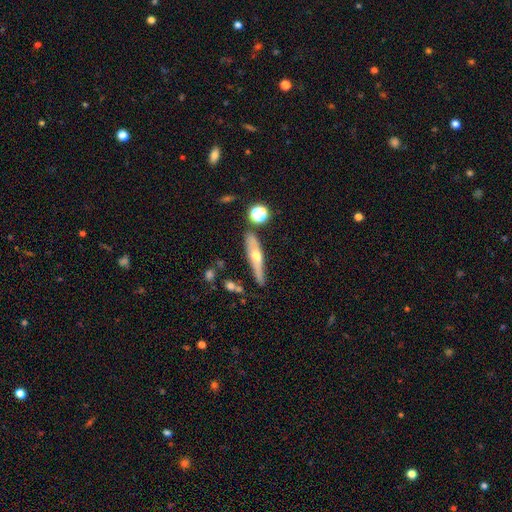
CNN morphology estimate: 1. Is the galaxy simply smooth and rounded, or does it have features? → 56% featured or disk, 37% smooth, 8% star or artifact.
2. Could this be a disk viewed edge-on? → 84% yes, 16% no.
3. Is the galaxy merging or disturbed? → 75% none, 16% minor disturbance, 6% merger, 4% major disturbance.